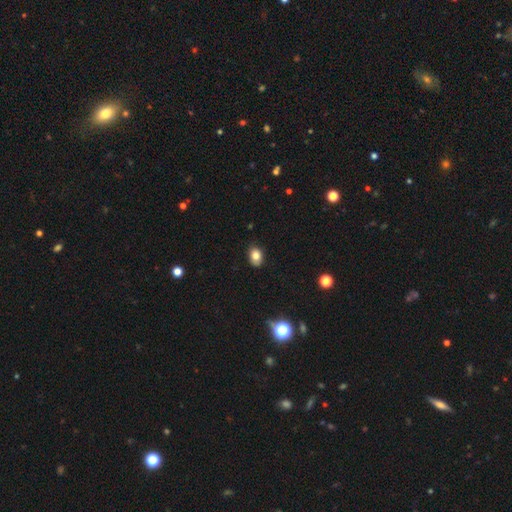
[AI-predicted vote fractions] This appears to be a smooth galaxy with no disk features (80%) that is in between round and cigar-shaped (69%). Merging: none (81%).